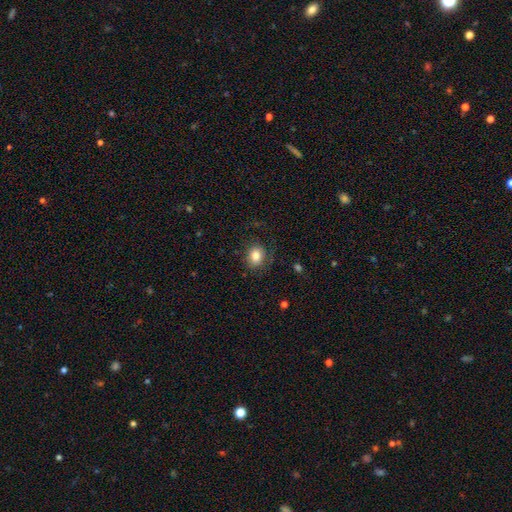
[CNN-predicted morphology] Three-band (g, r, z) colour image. It shows a smooth galaxy with no disk features (81%) that is round (66%). Merging: none (80%).